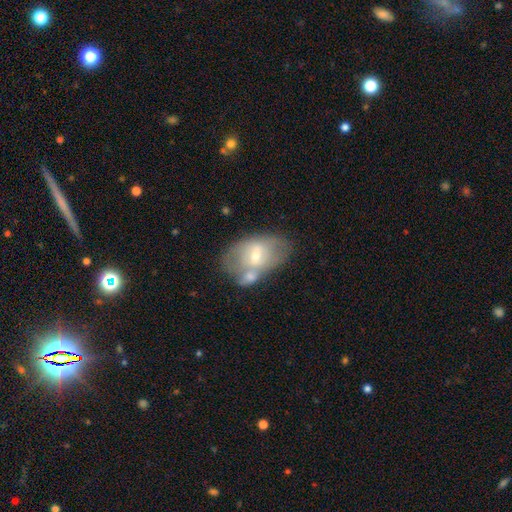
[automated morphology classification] type=featured or disk (56%); edge-on=no (92%); bar=weak (48%); spiral arms=no (65%); bulge=moderate (53%); merging=none (41%).